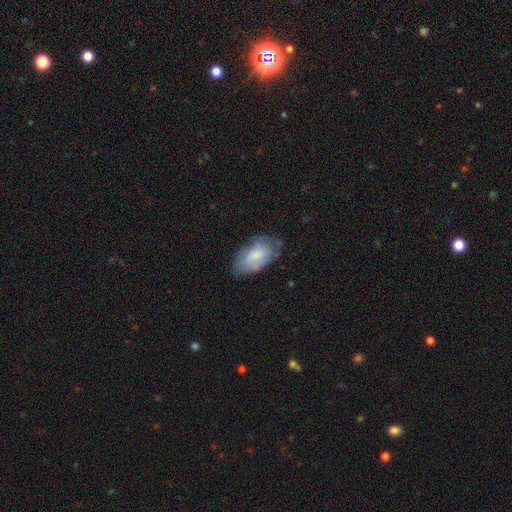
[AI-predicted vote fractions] Smooth or featured? Predicted: smooth (p=0.69). How rounded? Predicted: in between (p=0.94). Merging? Predicted: none (p=0.63).